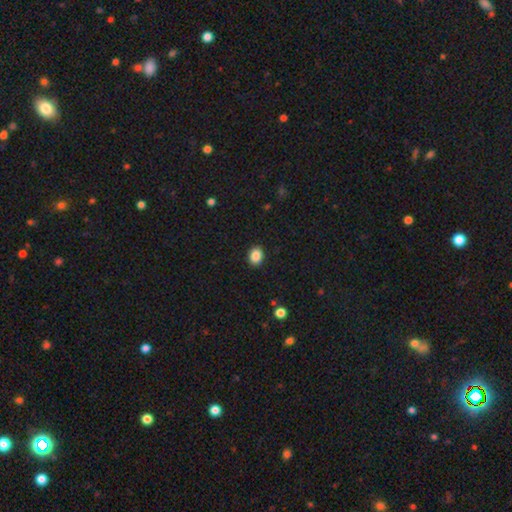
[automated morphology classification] Smooth or featured? Predicted: smooth (p=0.87). How rounded? Predicted: in between (p=0.56). Merging? Predicted: none (p=0.90).